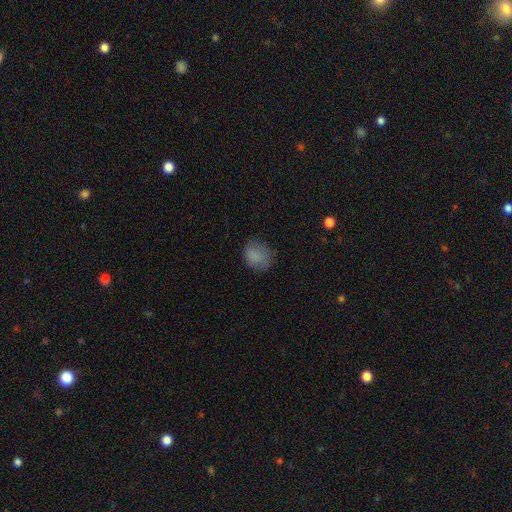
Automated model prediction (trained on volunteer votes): Morphology: type=smooth (81%); roundness=round (60%); merging=none (65%).